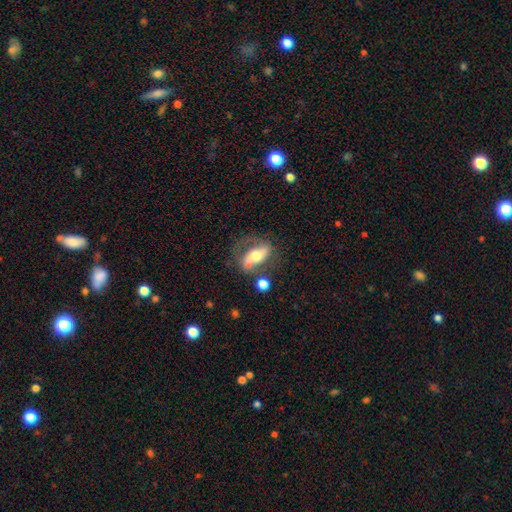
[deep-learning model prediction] A featured or disk galaxy (59%).

Vote fractions:
- Smooth or featured? featured or disk: 59% / smooth: 34% / star or artifact: 7%
- Edge-on disk? no: 83% / yes: 17%
- Merging? none: 51% / minor disturbance: 21% / major disturbance: 17% / merger: 11%